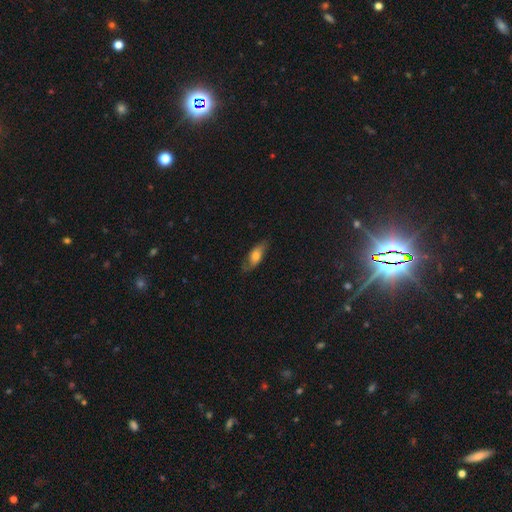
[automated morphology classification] Q: Smooth or featured?
A: smooth (59%); runner-up: featured or disk (33%)
Q: How rounded?
A: in between (75%); runner-up: cigar-shaped (21%)
Q: Merging?
A: none (69%); runner-up: minor disturbance (23%)